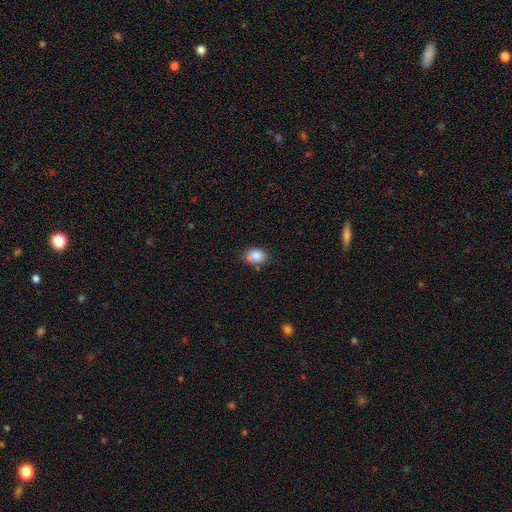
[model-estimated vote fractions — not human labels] Overall: smooth (85%). How rounded: in between (70%). Merging: none (70%).